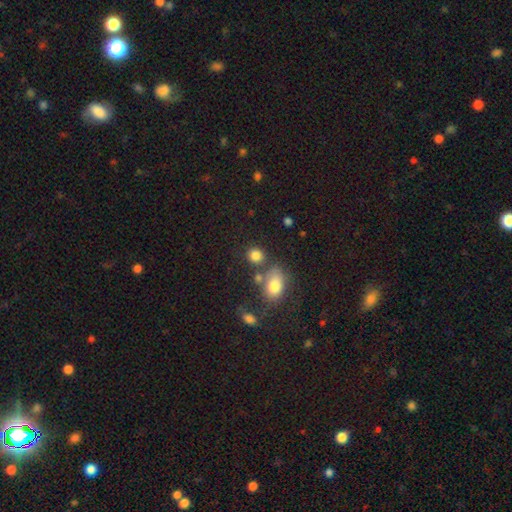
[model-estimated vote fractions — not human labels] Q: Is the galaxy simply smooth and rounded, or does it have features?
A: smooth — 82%.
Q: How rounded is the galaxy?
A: round — 73%.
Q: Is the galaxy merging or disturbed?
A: none — 67%.